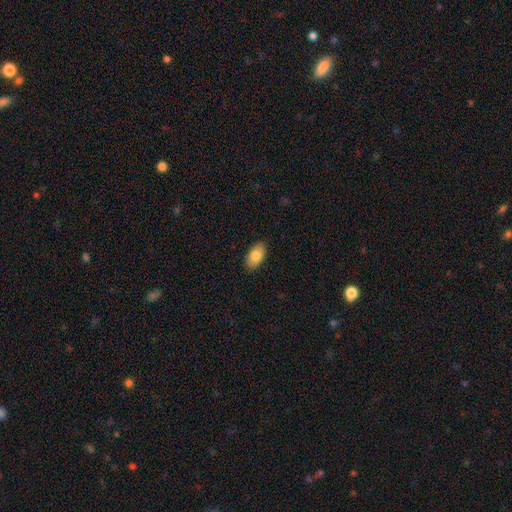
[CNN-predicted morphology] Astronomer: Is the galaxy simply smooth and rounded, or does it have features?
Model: smooth — 84%.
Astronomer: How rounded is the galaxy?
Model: in between — 93%.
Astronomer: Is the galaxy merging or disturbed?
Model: none — 88%.